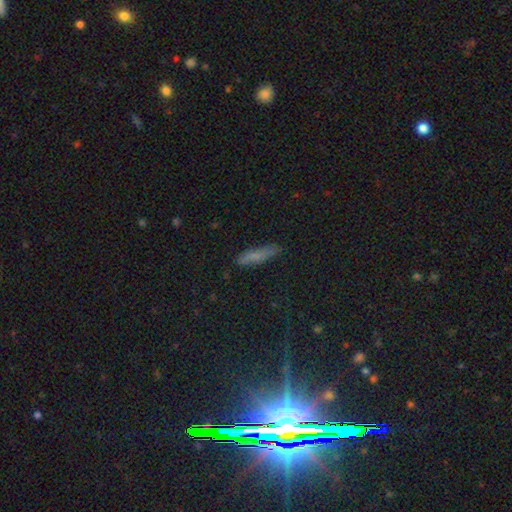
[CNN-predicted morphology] Smooth or featured?
  - smooth: 71% *
  - featured or disk: 16%
  - star or artifact: 13%
How rounded?
  - cigar-shaped: 79% *
  - in between: 18%
  - round: 3%
Merging?
  - none: 81% *
  - minor disturbance: 14%
  - major disturbance: 3%
  - merger: 2%